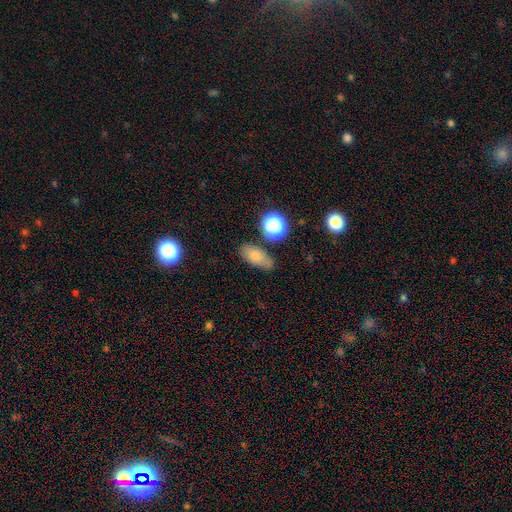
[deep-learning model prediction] A smooth galaxy with no disk features (66%) that is in between round and cigar-shaped (76%).

Vote fractions:
- Smooth or featured? smooth: 66% / featured or disk: 18% / star or artifact: 16%
- How rounded? in between: 76% / cigar-shaped: 13% / round: 12%
- Merging? none: 79% / minor disturbance: 13% / merger: 4% / major disturbance: 3%